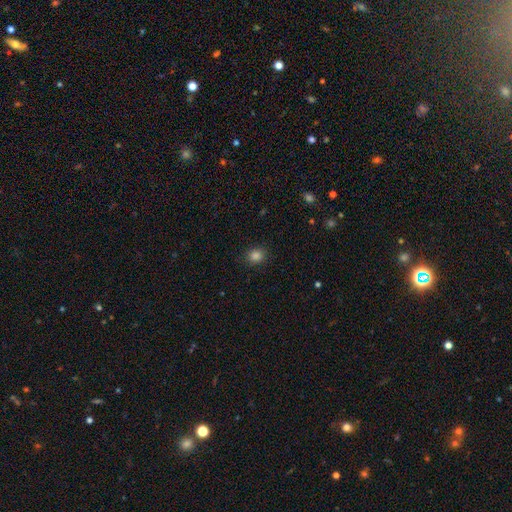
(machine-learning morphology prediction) This is clearly a smooth galaxy (84%). How rounded: likely round (74%). Merging: clearly none (89%).